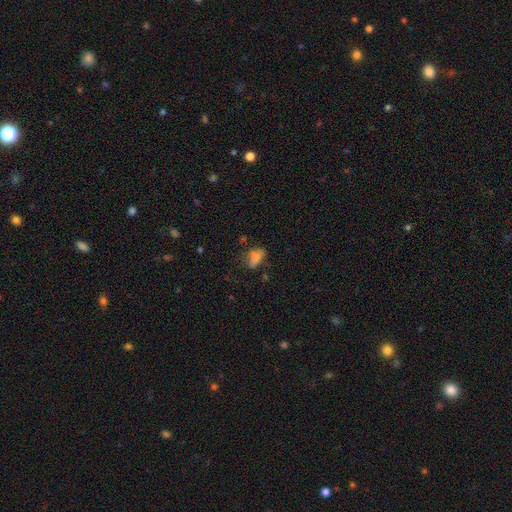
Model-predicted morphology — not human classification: Overall: smooth (68%). How rounded: in between (82%). Merging: none (40%; minor disturbance 28%).